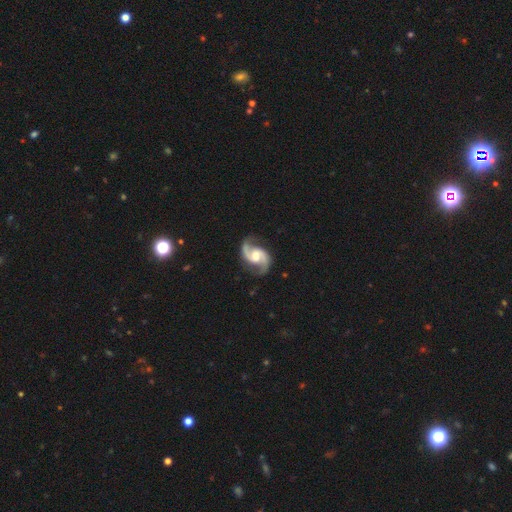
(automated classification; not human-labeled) Smooth or featured: featured or disk — 93% (star or artifact — 3%)
Edge-on disk: no — 98% (yes — 2%)
Bar: weak — 47% (no — 37%)
Spiral arms: yes — 98% (no — 2%)
Spiral winding: medium — 56% (loose — 33%)
Spiral arm count: 2 — 95% (can't tell — 1%)
Bulge size: moderate — 51% (large — 20%)
Merging: none — 83% (minor disturbance — 12%)